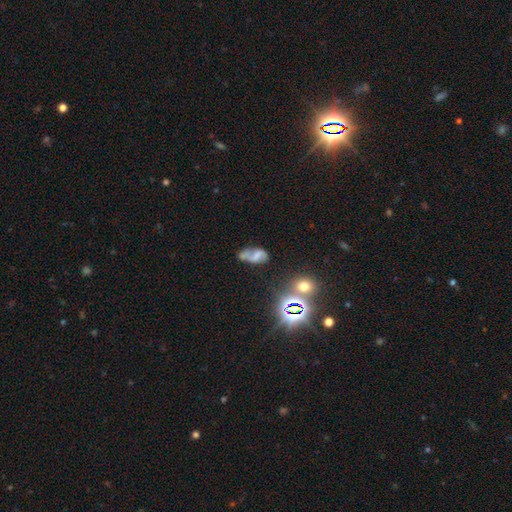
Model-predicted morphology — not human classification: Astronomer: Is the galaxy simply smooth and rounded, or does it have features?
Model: featured or disk — 49% (runner-up: smooth, 34%).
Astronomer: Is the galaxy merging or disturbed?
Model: none — 41% (runner-up: minor disturbance, 25%).